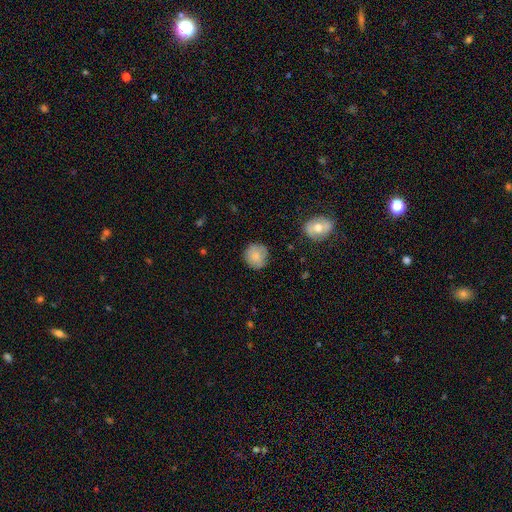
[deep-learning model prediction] Smooth or featured? Predicted: smooth (p=0.82). How rounded? Predicted: round (p=0.92). Merging? Predicted: none (p=0.85).